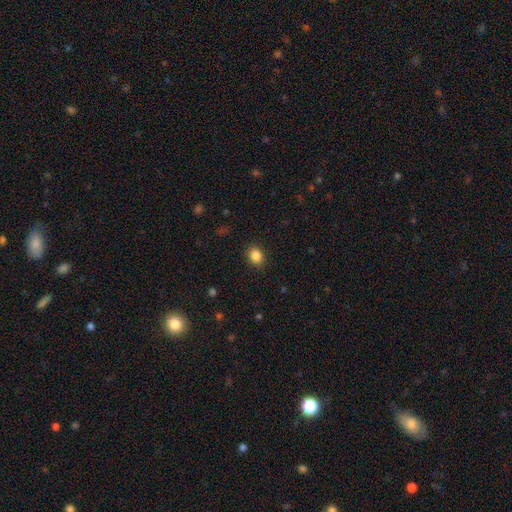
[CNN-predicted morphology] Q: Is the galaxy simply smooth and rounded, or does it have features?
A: smooth — 86%.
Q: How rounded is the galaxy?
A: in between — 55%.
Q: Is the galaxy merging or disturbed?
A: none — 88%.